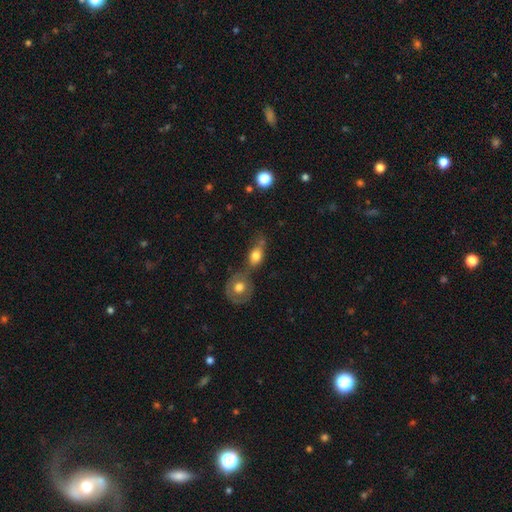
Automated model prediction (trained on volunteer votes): smooth_or_featured: smooth (p=0.72) [alt: featured or disk p=0.20]
how_rounded: in between (p=0.68) [alt: round p=0.27]
merging: merger (p=0.42) [alt: none p=0.36]